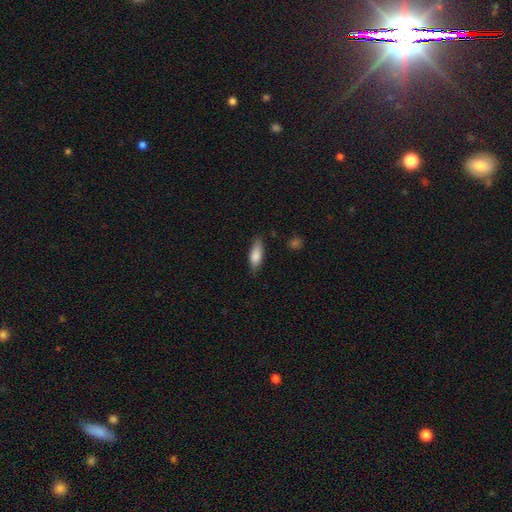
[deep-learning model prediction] Smooth or featured?
  - smooth: 80% *
  - featured or disk: 14%
  - star or artifact: 6%
How rounded?
  - in between: 61% *
  - cigar-shaped: 37%
  - round: 2%
Merging?
  - none: 78% *
  - minor disturbance: 17%
  - major disturbance: 3%
  - merger: 2%